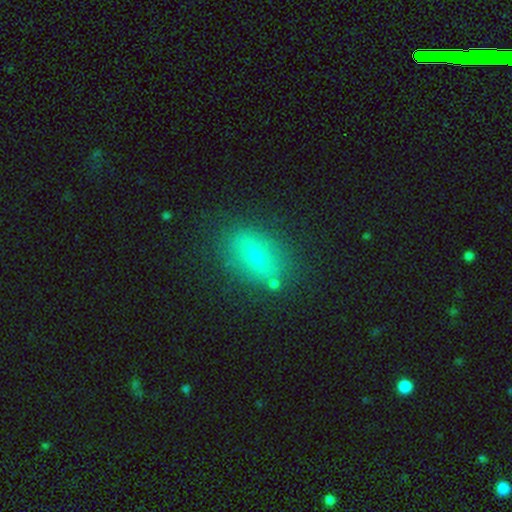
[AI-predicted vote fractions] Morphology: type=smooth (61%); roundness=in between (79%); merging=none (77%).